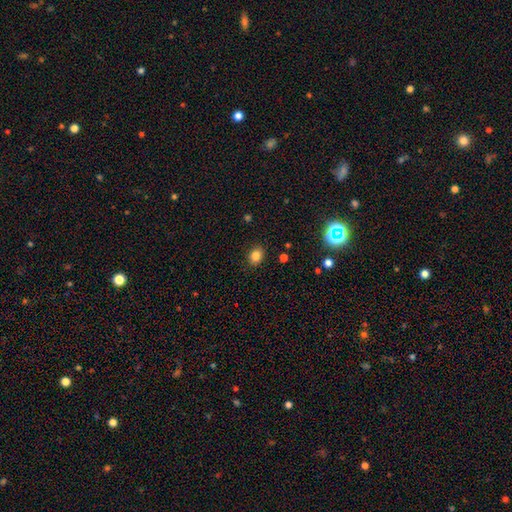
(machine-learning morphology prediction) Smooth or featured? Predicted: smooth (p=0.83). How rounded? Predicted: in between (p=0.53). Merging? Predicted: none (p=0.88).